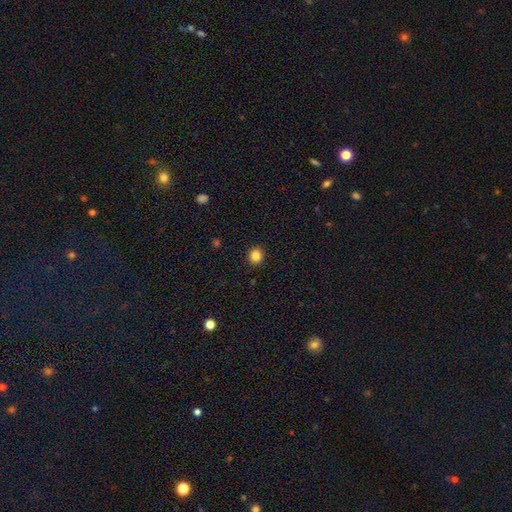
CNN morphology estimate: type=smooth (84%); roundness=round (89%); merging=none (93%).